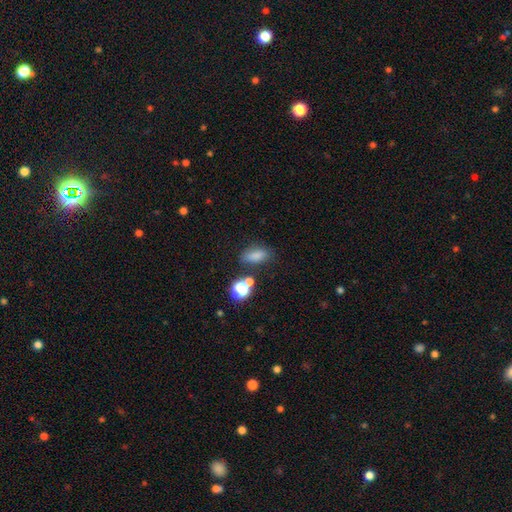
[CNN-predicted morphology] A smooth galaxy with no disk features (78%) that is in between round and cigar-shaped (75%). Merging: none (71%).